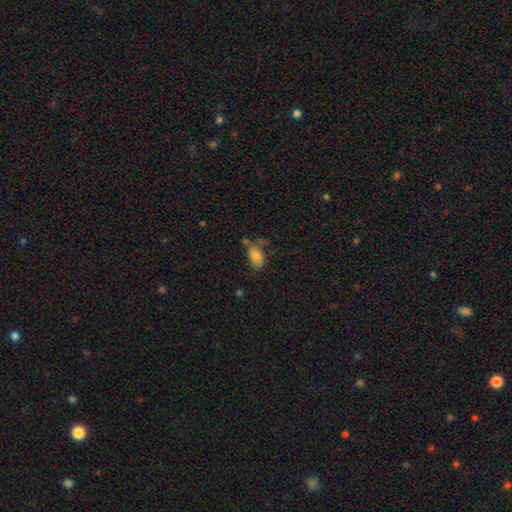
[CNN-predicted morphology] Smooth or featured: smooth — 76% (featured or disk — 14%)
How rounded: in between — 91% (round — 6%)
Merging: none — 42% (minor disturbance — 29%)